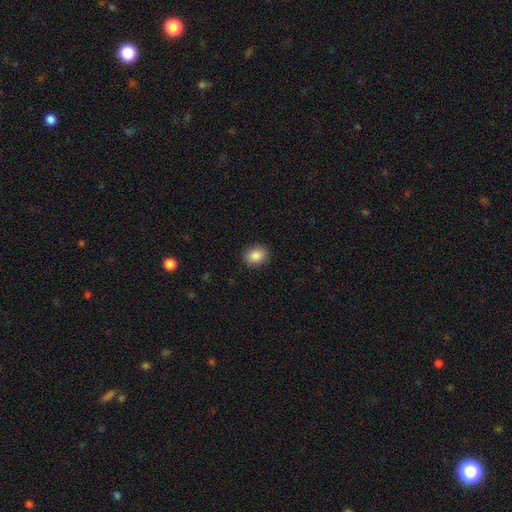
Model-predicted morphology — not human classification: Overall: smooth (88%). How rounded: in between (55%; round 44%). Merging: none (90%).